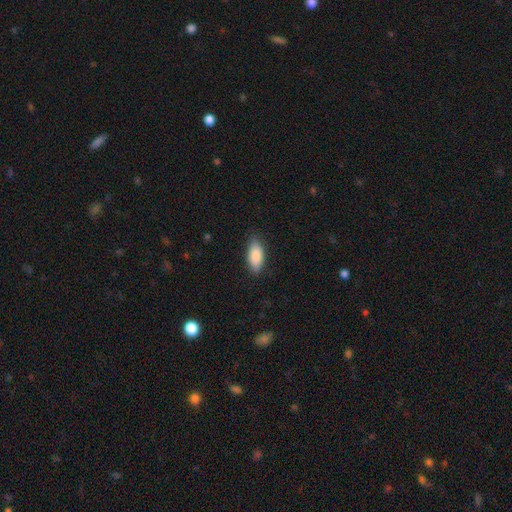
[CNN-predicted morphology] This is clearly a smooth galaxy (86%). How rounded: clearly in between (85%). Merging: clearly none (84%).